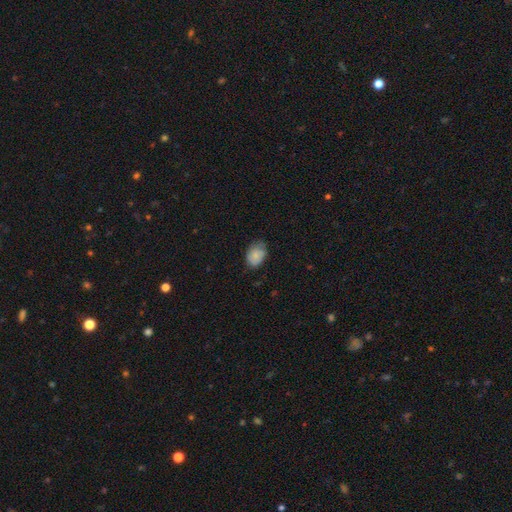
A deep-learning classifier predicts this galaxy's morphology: A smooth galaxy with no disk features (81%) that is in between round and cigar-shaped (76%).

Vote fractions:
- Smooth or featured? smooth: 81% / featured or disk: 12% / star or artifact: 7%
- How rounded? in between: 76% / round: 23% / cigar-shaped: 1%
- Merging? none: 64% / minor disturbance: 29% / major disturbance: 6% / merger: 1%